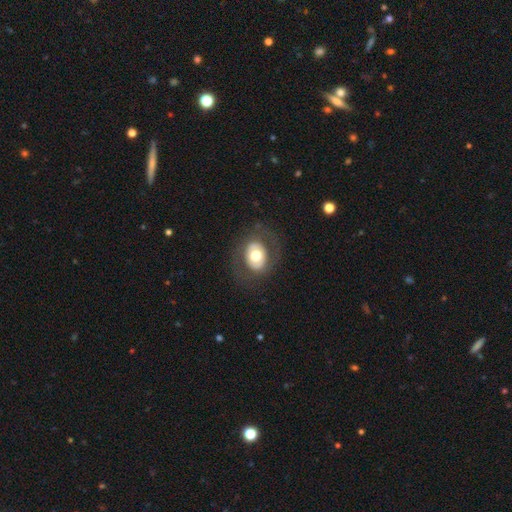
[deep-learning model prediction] Smooth or featured: smooth — 54% (featured or disk — 39%)
How rounded: in between — 54% (round — 45%)
Merging: none — 76% (minor disturbance — 13%)